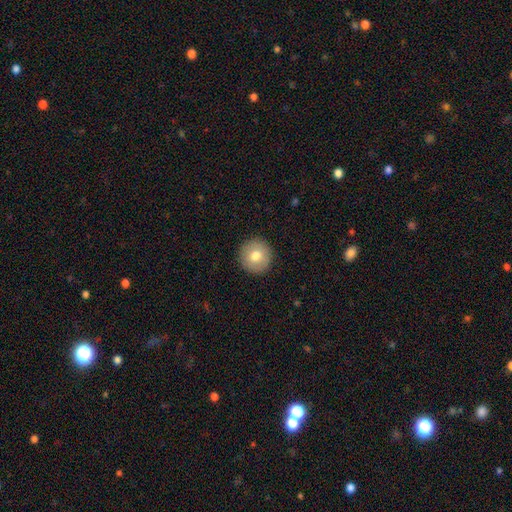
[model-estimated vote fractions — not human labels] A smooth galaxy with no disk features (76%) that is round (96%).

Vote fractions:
- Smooth or featured? smooth: 76% / featured or disk: 16% / star or artifact: 8%
- How rounded? round: 96% / in between: 3% / cigar-shaped: 1%
- Merging? none: 92% / minor disturbance: 5% / major disturbance: 2% / merger: 1%